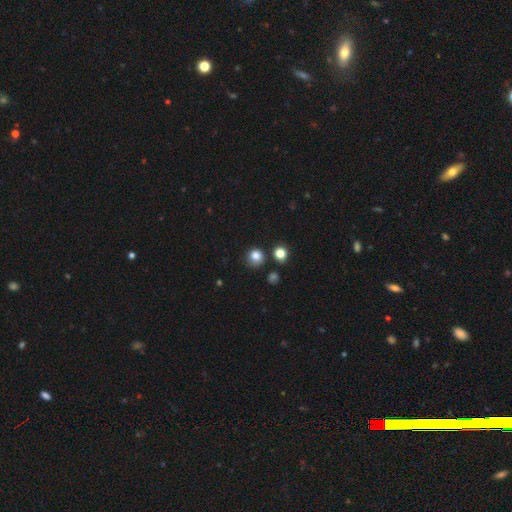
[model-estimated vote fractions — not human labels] Overall: smooth (82%). How rounded: round (89%). Merging: none (78%).